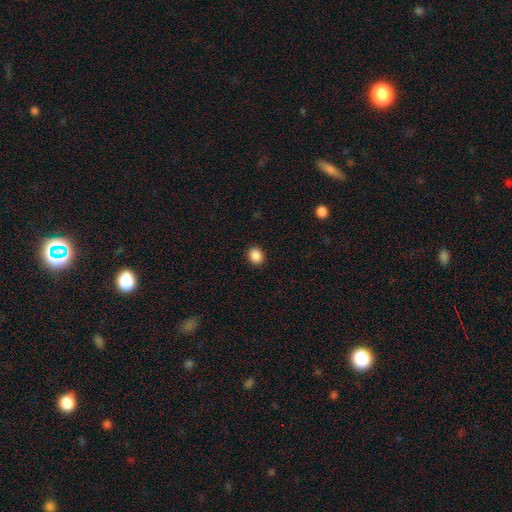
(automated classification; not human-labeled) Smooth or featured? Predicted: smooth (p=0.88). How rounded? Predicted: round (p=0.65). Merging? Predicted: none (p=0.91).